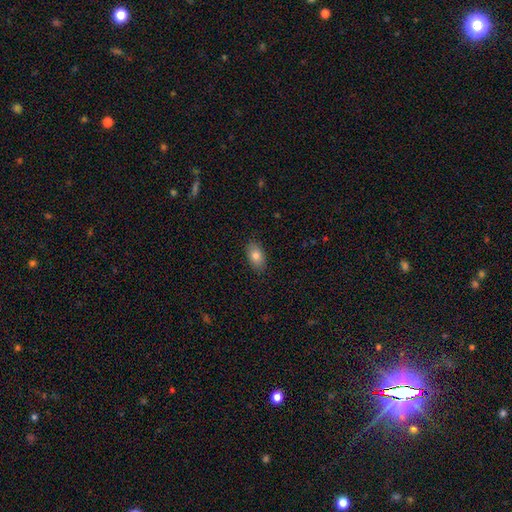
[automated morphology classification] Smooth or featured? Predicted: smooth (p=0.81). How rounded? Predicted: in between (p=0.91). Merging? Predicted: none (p=0.87).